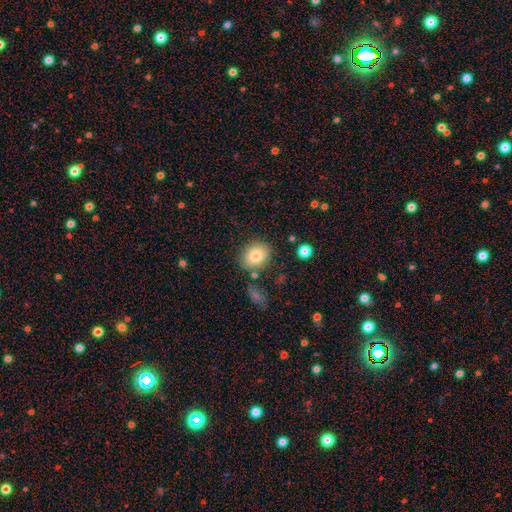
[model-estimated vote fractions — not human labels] Smooth or featured?
  - smooth: 81% *
  - featured or disk: 10%
  - star or artifact: 9%
How rounded?
  - round: 57% *
  - in between: 42%
  - cigar-shaped: 1%
Merging?
  - none: 81% *
  - minor disturbance: 11%
  - merger: 5%
  - major disturbance: 3%